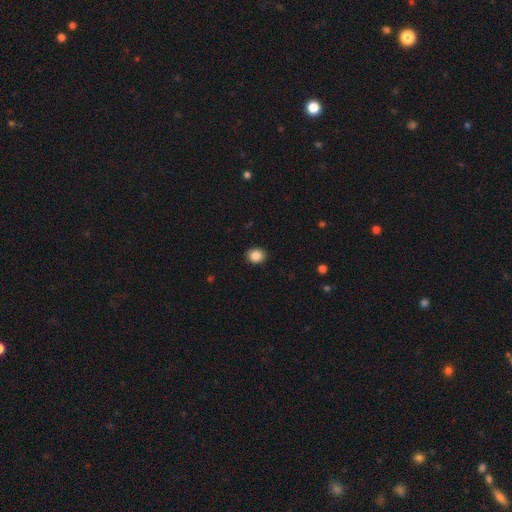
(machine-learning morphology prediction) The model was most divided on "how rounded": round: 66%, in between: 33%, cigar-shaped: 1%. More confident: merging — none (91%); smooth or featured — smooth (87%).